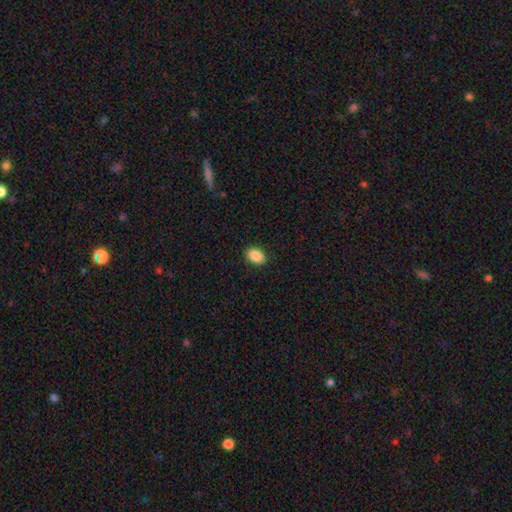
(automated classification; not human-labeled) Smooth or featured? smooth (88%)
How rounded? in between (85%)
Merging? none (90%)